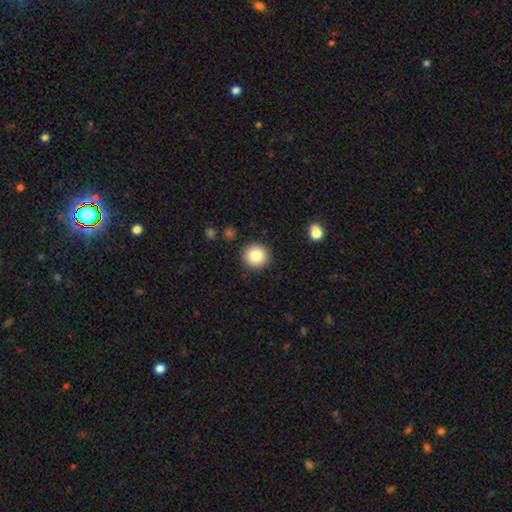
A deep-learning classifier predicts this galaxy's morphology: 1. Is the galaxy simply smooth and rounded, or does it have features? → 82% smooth, 10% star or artifact, 8% featured or disk.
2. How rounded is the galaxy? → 95% round, 4% in between, 1% cigar-shaped.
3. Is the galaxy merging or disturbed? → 91% none, 5% minor disturbance, 2% major disturbance, 1% merger.